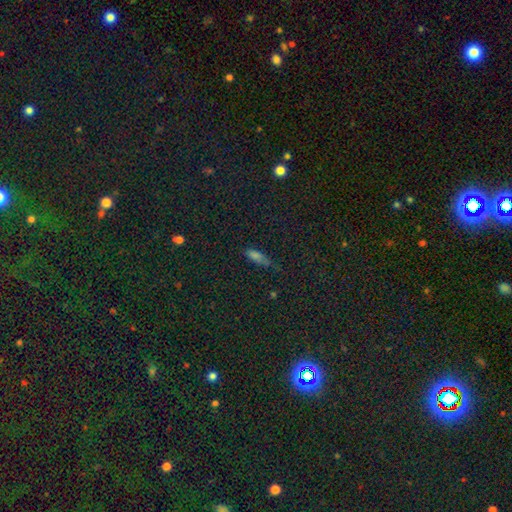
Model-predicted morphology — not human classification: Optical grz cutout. It shows a smooth galaxy with no disk features (58%) that is in between round and cigar-shaped (49%). Merging: none (62%).